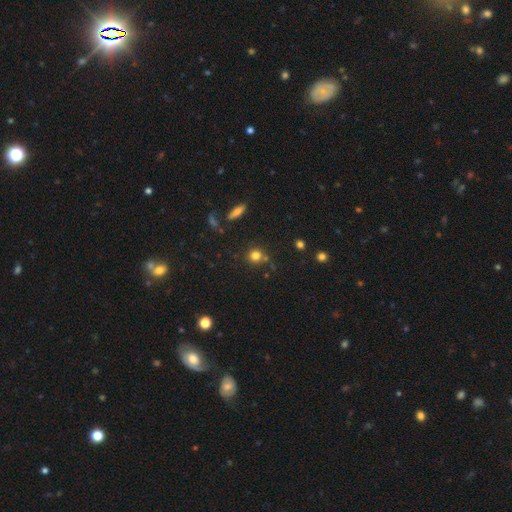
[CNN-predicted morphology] Smooth or featured: smooth — 78% (star or artifact — 15%)
How rounded: round — 89% (in between — 10%)
Merging: none — 72% (merger — 13%)